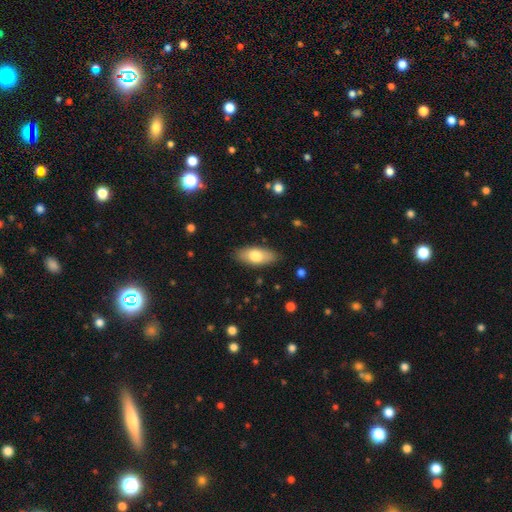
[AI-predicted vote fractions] Overall: smooth (74%). How rounded: in between (85%). Merging: none (86%).